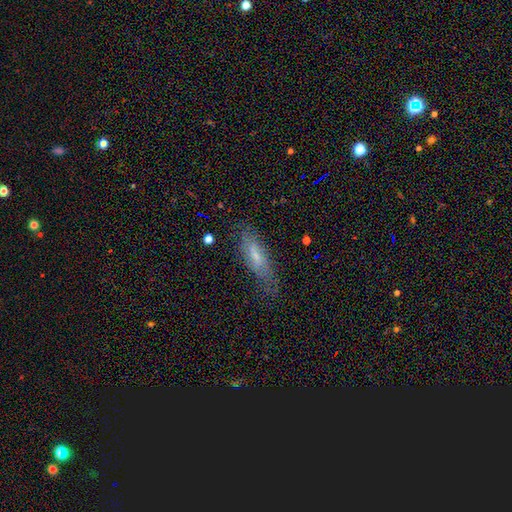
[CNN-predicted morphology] Smooth or featured?
  - featured or disk: 47% *
  - smooth: 43%
  - star or artifact: 10%
Merging?
  - none: 67% *
  - minor disturbance: 23%
  - major disturbance: 9%
  - merger: 2%